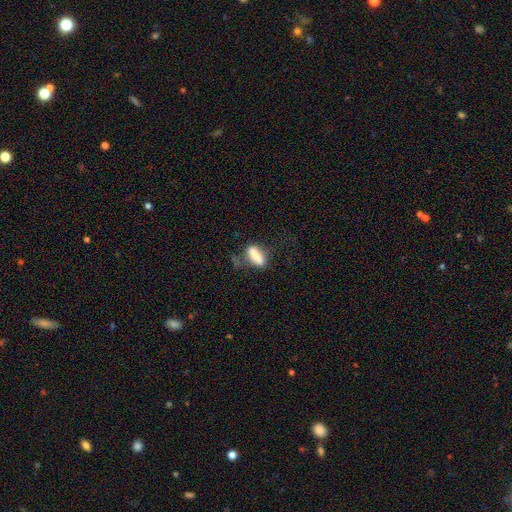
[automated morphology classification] smooth 71%, featured or disk 19%, star or artifact 9%. Down the decision tree: how rounded — cigar-shaped (61%); merging — none (53%).